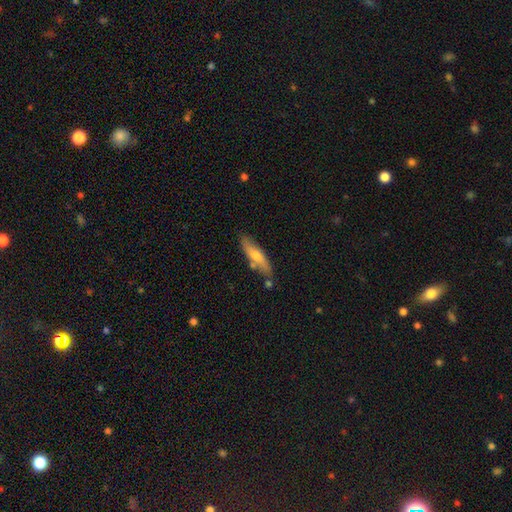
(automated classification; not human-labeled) smooth-or-featured: smooth: 61% | featured or disk: 33% | star or artifact: 6%
  how-rounded: cigar-shaped: 68% | in between: 30% | round: 2%
  merging: none: 74% | minor disturbance: 16% | merger: 7% | major disturbance: 3%